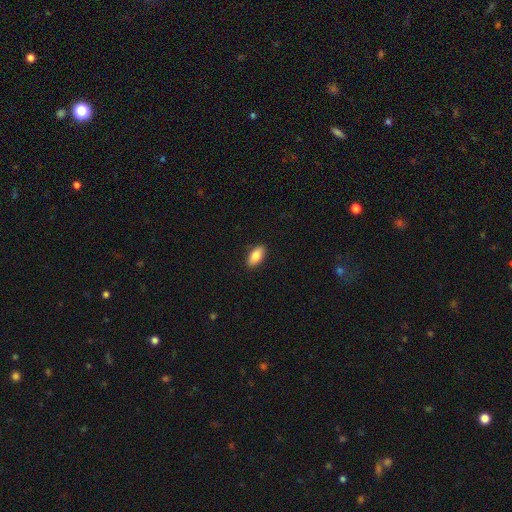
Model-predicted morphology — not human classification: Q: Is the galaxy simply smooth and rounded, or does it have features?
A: smooth — 85%.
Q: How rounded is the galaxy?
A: in between — 90%.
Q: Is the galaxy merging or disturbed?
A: none — 89%.